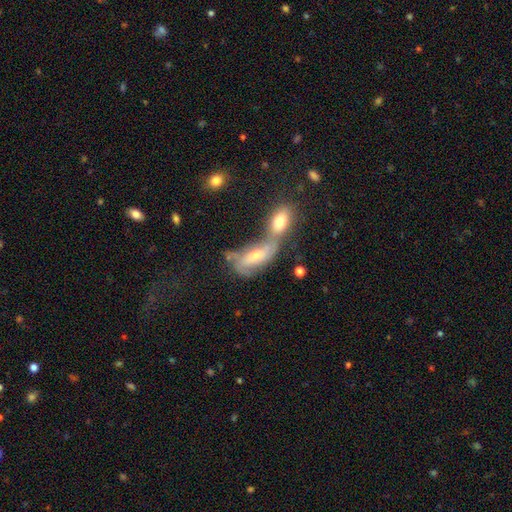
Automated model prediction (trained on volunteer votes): featured or disk 53%, smooth 36%, star or artifact 11%. Down the decision tree: edge-on disk — no (84%); merging — merger (57%).